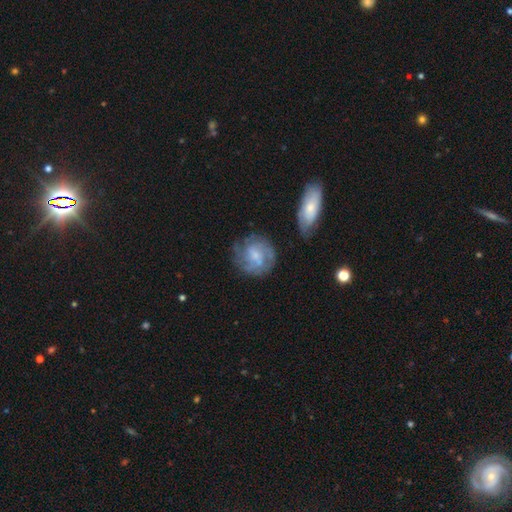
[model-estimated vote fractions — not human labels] Smooth or featured? Predicted: featured or disk (p=0.61). Edge-on disk? Predicted: no (p=0.97). Bar? Predicted: no (p=0.54). Spiral arms? Predicted: yes (p=0.77). Bulge size? Predicted: small (p=0.49). Merging? Predicted: none (p=0.66).